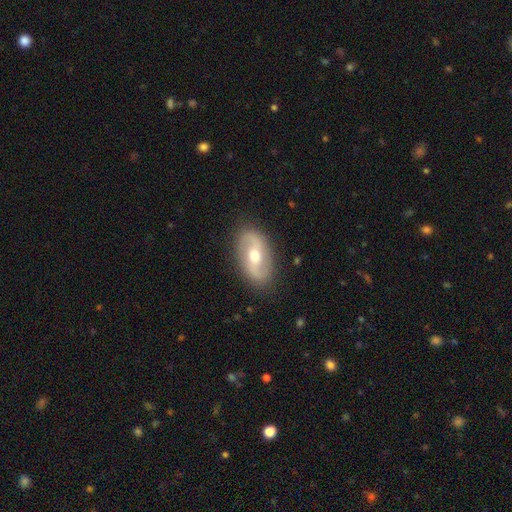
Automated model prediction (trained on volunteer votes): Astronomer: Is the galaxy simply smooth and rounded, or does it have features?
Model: featured or disk — 72%.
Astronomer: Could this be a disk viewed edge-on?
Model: no — 93%.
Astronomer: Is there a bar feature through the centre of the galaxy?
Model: no — 41% (runner-up: weak, 37%).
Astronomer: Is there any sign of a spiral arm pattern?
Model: yes — 81%.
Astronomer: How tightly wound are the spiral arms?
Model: loose — 46% (runner-up: medium, 34%).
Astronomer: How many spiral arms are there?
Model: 2 — 89%.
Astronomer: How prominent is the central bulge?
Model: moderate — 72%.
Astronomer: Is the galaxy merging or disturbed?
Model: none — 87%.